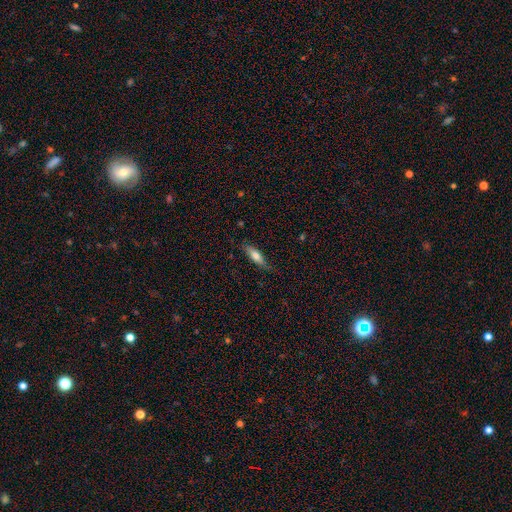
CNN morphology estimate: Smooth or featured? smooth (66%)
How rounded? cigar-shaped (56%)
Merging? none (74%)